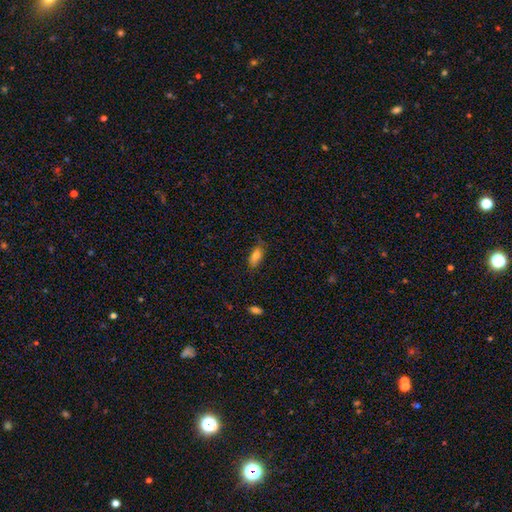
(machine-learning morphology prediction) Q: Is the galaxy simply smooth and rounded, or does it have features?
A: smooth — 79%.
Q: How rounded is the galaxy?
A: in between — 83%.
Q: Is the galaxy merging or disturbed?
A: none — 69%.